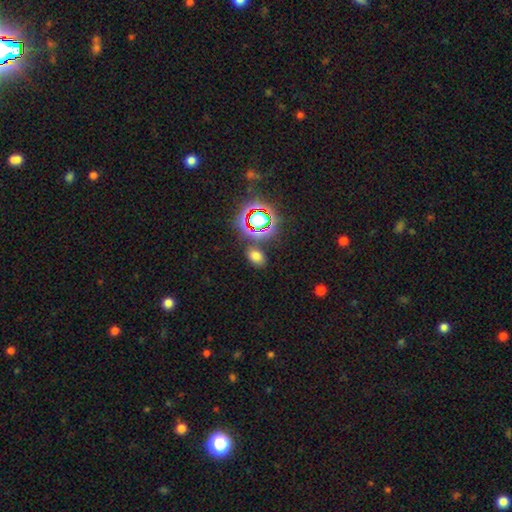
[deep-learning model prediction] Smooth or featured: smooth — 67% (star or artifact — 26%)
How rounded: in between — 81% (round — 18%)
Merging: none — 80% (minor disturbance — 10%)